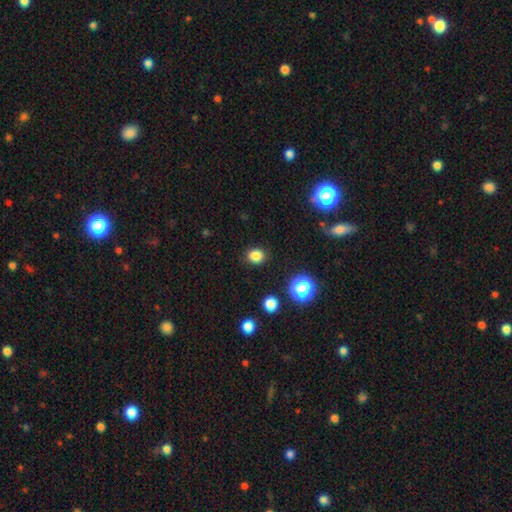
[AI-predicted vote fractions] smooth_or_featured: smooth (p=0.83) [alt: star or artifact p=0.13]
how_rounded: round (p=0.62) [alt: in between p=0.37]
merging: none (p=0.88) [alt: minor disturbance p=0.08]